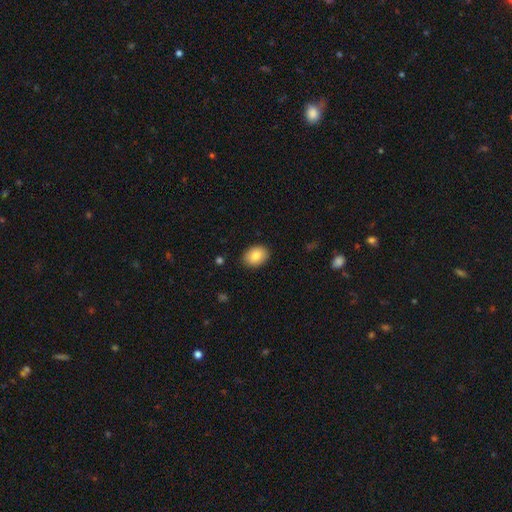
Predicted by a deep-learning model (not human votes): A smooth galaxy with no disk features (83%) that is in between round and cigar-shaped (70%).

Vote fractions:
- Smooth or featured? smooth: 83% / featured or disk: 9% / star or artifact: 7%
- How rounded? in between: 70% / round: 29% / cigar-shaped: 1%
- Merging? none: 89% / minor disturbance: 8% / major disturbance: 2% / merger: 1%